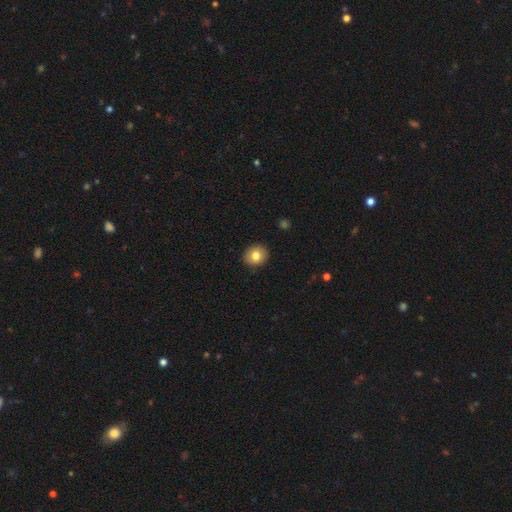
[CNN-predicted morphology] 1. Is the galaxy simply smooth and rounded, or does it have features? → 80% smooth, 11% featured or disk, 9% star or artifact.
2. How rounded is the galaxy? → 79% round, 20% in between, 1% cigar-shaped.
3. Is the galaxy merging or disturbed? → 91% none, 6% minor disturbance, 2% major disturbance, 1% merger.